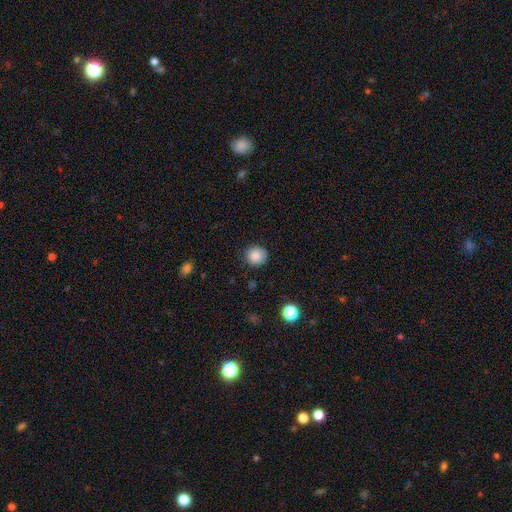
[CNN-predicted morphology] A smooth galaxy with no disk features (86%) that is round (89%).

Vote fractions:
- Smooth or featured? smooth: 86% / star or artifact: 9% / featured or disk: 5%
- How rounded? round: 89% / in between: 10% / cigar-shaped: 1%
- Merging? none: 85% / minor disturbance: 11% / major disturbance: 3% / merger: 1%